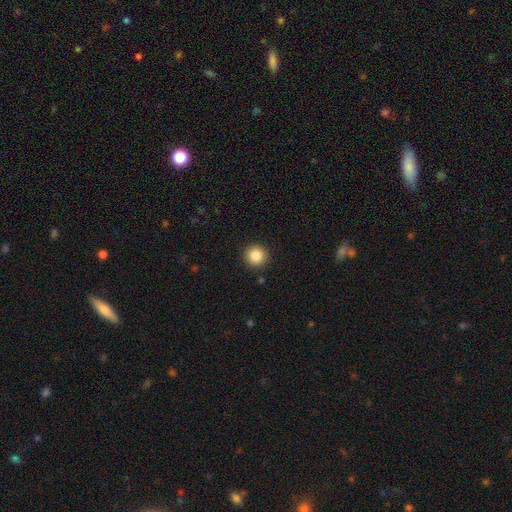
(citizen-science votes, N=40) smooth_or_featured: smooth (p=0.85) [alt: star or artifact p=0.10]
how_rounded: round (p=0.97) [alt: in between p=0.03]
merging: none (p=0.97) [alt: minor disturbance p=0.03]